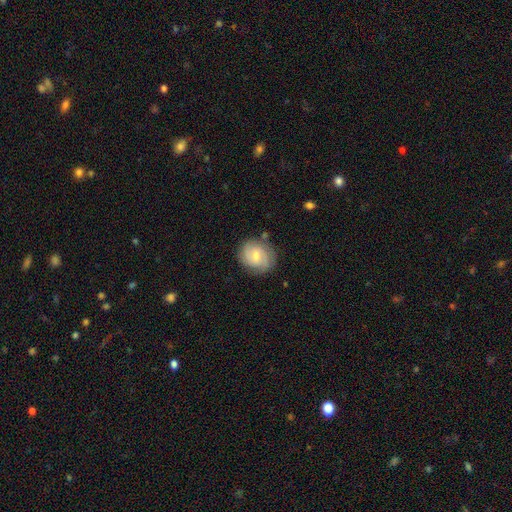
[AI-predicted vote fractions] smooth_or_featured: featured or disk (p=0.54) [alt: smooth p=0.39]
disk_edge_on: no (p=0.97) [alt: yes p=0.03]
bar: no (p=0.49) [alt: weak p=0.44]
has_spiral_arms: yes (p=0.85) [alt: no p=0.15]
bulge_size: moderate (p=0.51) [alt: small p=0.44]
merging: none (p=0.78) [alt: minor disturbance p=0.15]